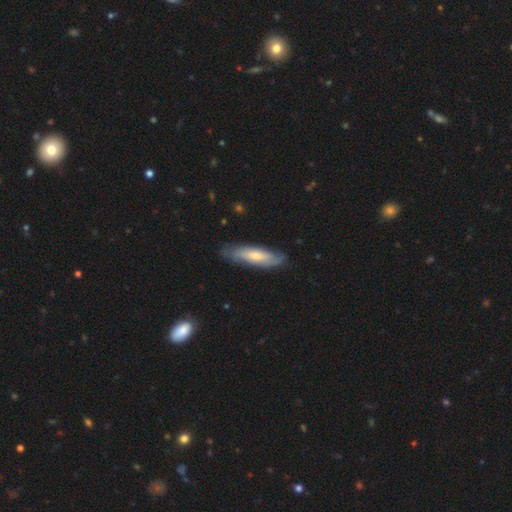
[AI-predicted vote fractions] The model was most divided on "smooth or featured": smooth: 50%, featured or disk: 44%, star or artifact: 5%. More confident: merging — none (77%); how rounded — cigar-shaped (64%).